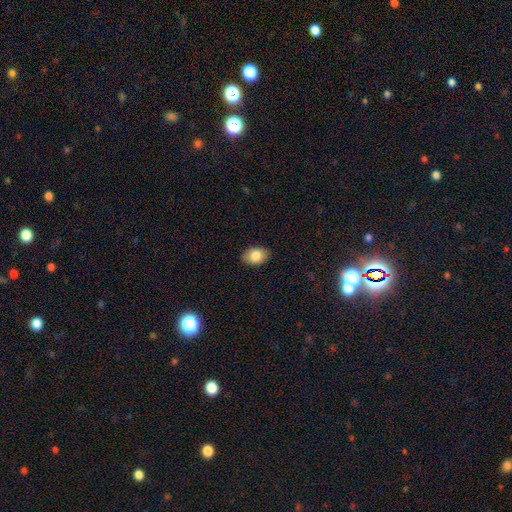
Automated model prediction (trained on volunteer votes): Overall: smooth (83%). How rounded: in between (83%). Merging: none (88%).